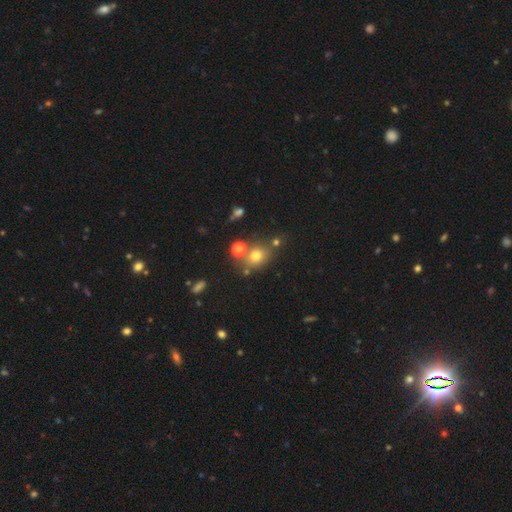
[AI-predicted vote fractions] Morphology: type=smooth (70%); roundness=round (65%); merging=none (66%).